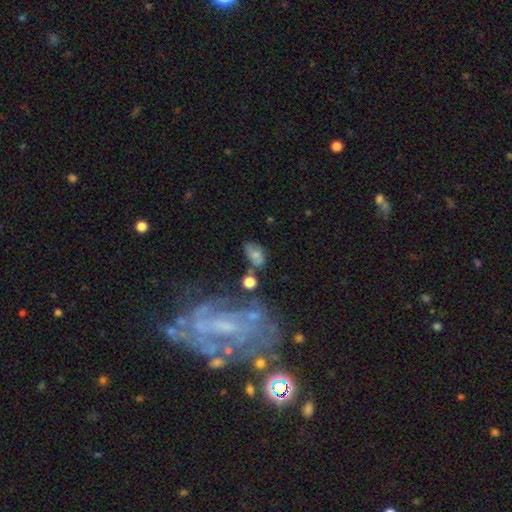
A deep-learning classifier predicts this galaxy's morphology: A smooth galaxy with no disk features (56%) that is in between round and cigar-shaped (81%). Merging: none (46%).